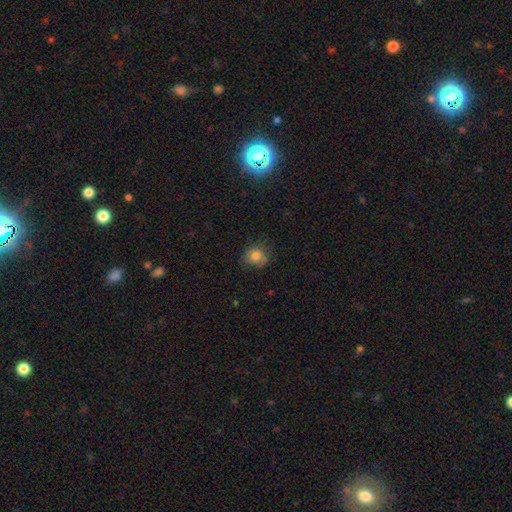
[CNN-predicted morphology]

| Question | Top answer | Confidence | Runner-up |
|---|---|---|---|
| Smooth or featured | smooth | 79% | star or artifact (11%) |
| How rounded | round | 79% | in between (20%) |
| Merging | none | 70% | minor disturbance (21%) |